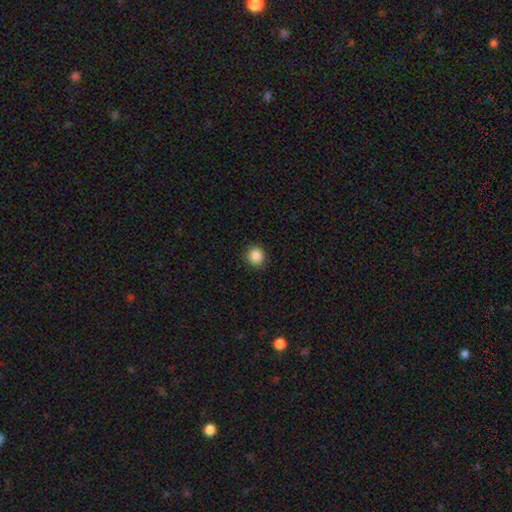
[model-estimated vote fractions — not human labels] Morphology: type=smooth (87%); roundness=round (92%); merging=none (90%).